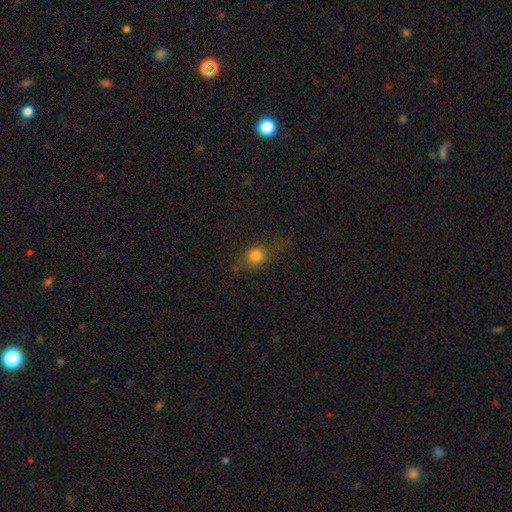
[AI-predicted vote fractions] A smooth galaxy with no disk features (73%) that is round (65%).

Vote fractions:
- Smooth or featured? smooth: 73% / star or artifact: 15% / featured or disk: 12%
- How rounded? round: 65% / in between: 30% / cigar-shaped: 5%
- Merging? none: 61% / minor disturbance: 22% / major disturbance: 14% / merger: 3%